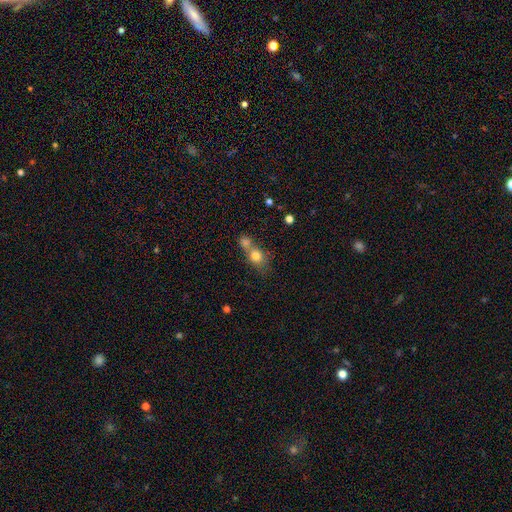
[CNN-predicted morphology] Smooth or featured: smooth — 77% (featured or disk — 12%)
How rounded: round — 64% (in between — 34%)
Merging: merger — 56% (none — 32%)